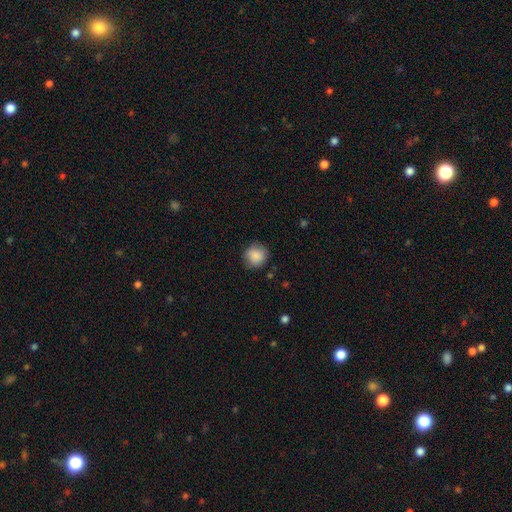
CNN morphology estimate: Smooth or featured? smooth (87%)
How rounded? round (86%)
Merging? none (80%)